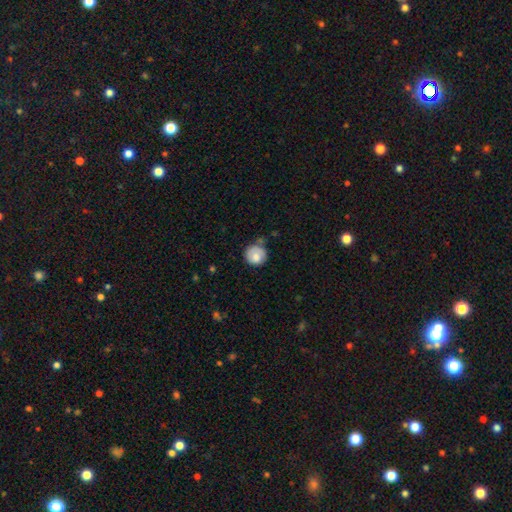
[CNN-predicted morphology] smooth_or_featured: smooth (p=0.76) [alt: featured or disk p=0.17]
how_rounded: round (p=0.88) [alt: in between p=0.11]
merging: none (p=0.57) [alt: minor disturbance p=0.29]